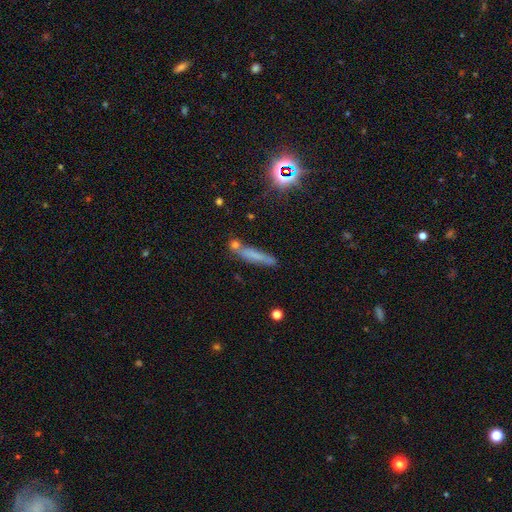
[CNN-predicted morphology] A smooth galaxy with no disk features (63%) that is cigar-shaped (89%).

Vote fractions:
- Smooth or featured? smooth: 63% / featured or disk: 25% / star or artifact: 13%
- How rounded? cigar-shaped: 89% / in between: 9% / round: 3%
- Merging? none: 66% / minor disturbance: 17% / merger: 12% / major disturbance: 5%